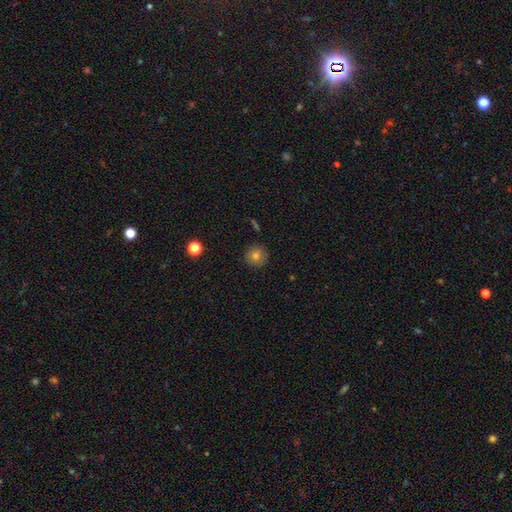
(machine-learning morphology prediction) Smooth or featured? Predicted: smooth (p=0.76). How rounded? Predicted: round (p=0.94). Merging? Predicted: none (p=0.89).